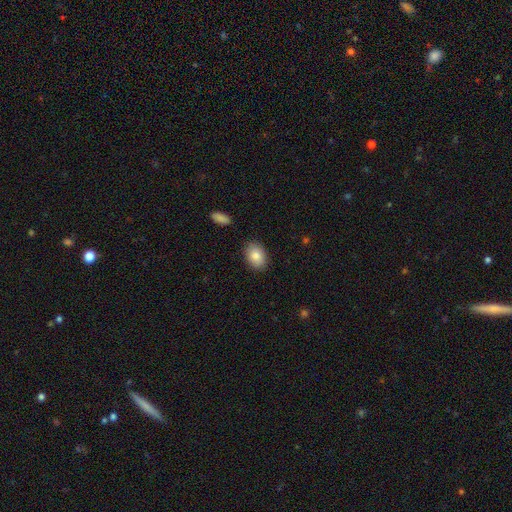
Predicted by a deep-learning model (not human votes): Q: Smooth or featured?
A: smooth (84%); runner-up: featured or disk (8%)
Q: How rounded?
A: in between (83%); runner-up: round (15%)
Q: Merging?
A: none (87%); runner-up: minor disturbance (9%)